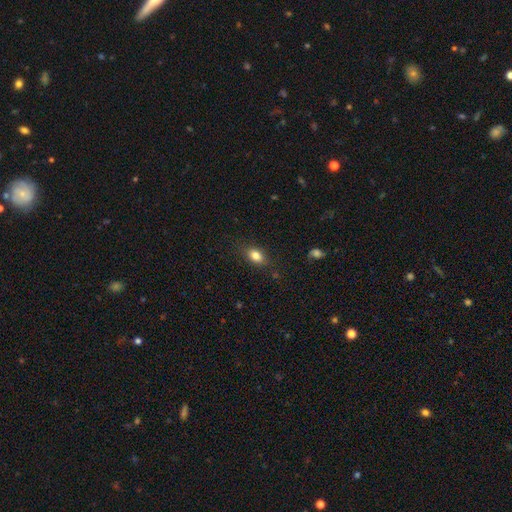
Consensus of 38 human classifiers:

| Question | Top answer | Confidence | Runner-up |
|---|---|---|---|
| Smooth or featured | smooth | 92% | featured or disk (5%) |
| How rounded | in between | 77% | round (20%) |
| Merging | none | 86% | minor disturbance (11%) |